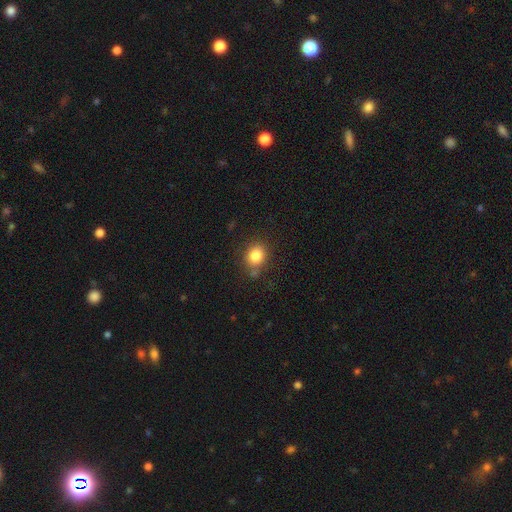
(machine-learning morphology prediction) Smooth or featured?
  - smooth: 83% *
  - star or artifact: 10%
  - featured or disk: 6%
How rounded?
  - round: 67% *
  - in between: 32%
  - cigar-shaped: 1%
Merging?
  - none: 77% *
  - minor disturbance: 14%
  - merger: 6%
  - major disturbance: 4%